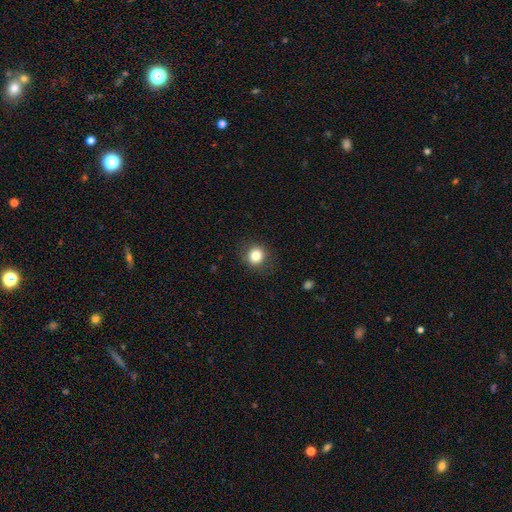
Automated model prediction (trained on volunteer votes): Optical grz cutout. It shows a smooth galaxy with no disk features (82%) that is round (84%). Merging: none (87%).